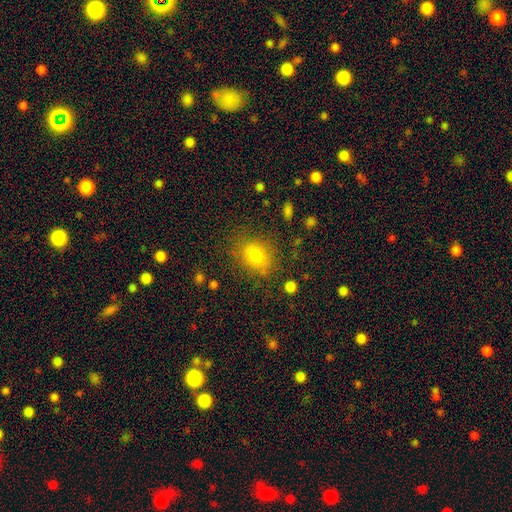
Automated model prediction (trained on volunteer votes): smooth-or-featured: smooth: 78% | star or artifact: 12% | featured or disk: 10%
  how-rounded: round: 50% | in between: 49% | cigar-shaped: 1%
  merging: none: 77% | minor disturbance: 15% | major disturbance: 6% | merger: 3%